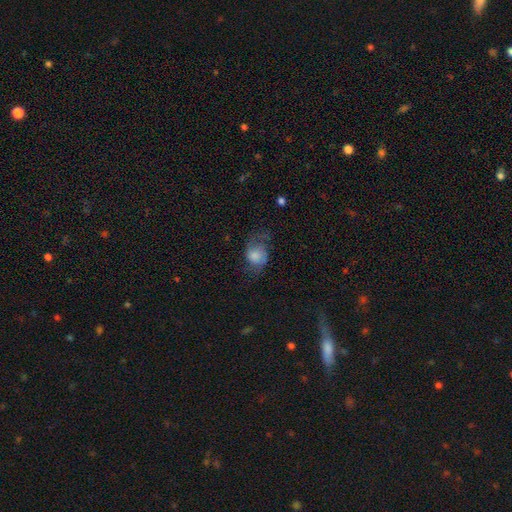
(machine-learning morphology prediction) smooth-or-featured: smooth: 53% | featured or disk: 37% | star or artifact: 9%
  how-rounded: in between: 52% | round: 46% | cigar-shaped: 1%
  merging: none: 40% | major disturbance: 31% | minor disturbance: 27% | merger: 2%